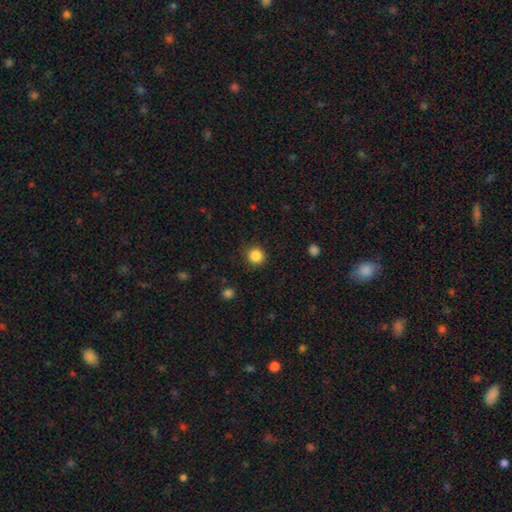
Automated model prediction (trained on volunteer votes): A smooth galaxy with no disk features (86%) that is round (93%).

Vote fractions:
- Smooth or featured? smooth: 86% / star or artifact: 11% / featured or disk: 4%
- How rounded? round: 93% / in between: 6% / cigar-shaped: 1%
- Merging? none: 88% / minor disturbance: 8% / major disturbance: 3% / merger: 1%